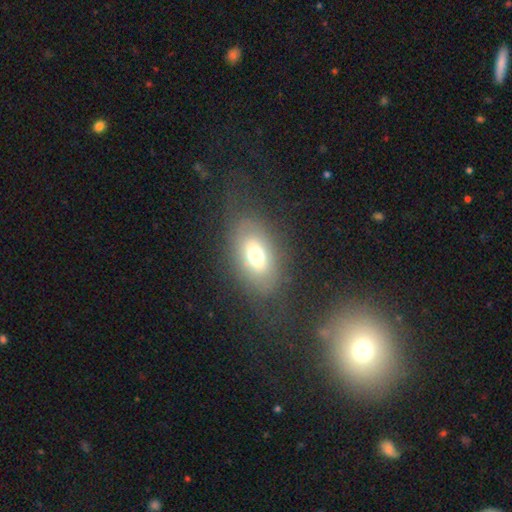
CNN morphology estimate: The model was most divided on "smooth or featured": smooth: 58%, featured or disk: 30%, star or artifact: 11%. More confident: how rounded — in between (83%); merging — none (67%).